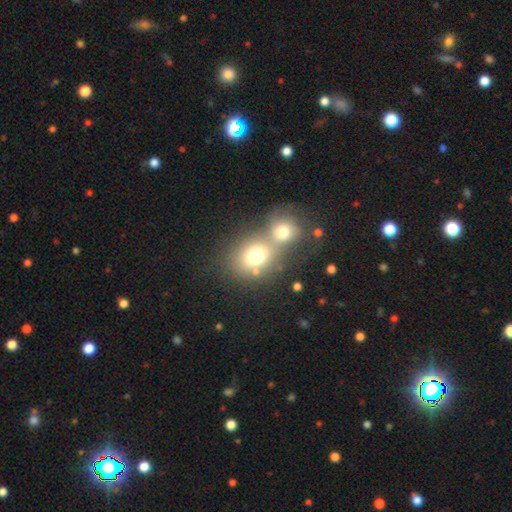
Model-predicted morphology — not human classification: A smooth galaxy with no disk features (71%) that is round (56%).

Vote fractions:
- Smooth or featured? smooth: 71% / featured or disk: 17% / star or artifact: 12%
- How rounded? round: 56% / in between: 43% / cigar-shaped: 1%
- Merging? merger: 58% / none: 30% / minor disturbance: 7% / major disturbance: 4%